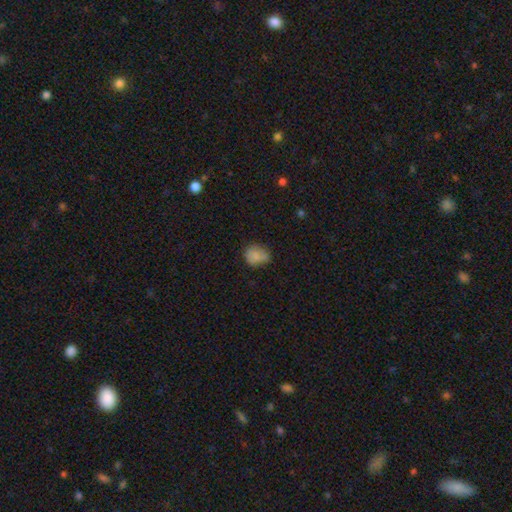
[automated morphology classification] smooth 81%, star or artifact 11%, featured or disk 9%. Down the decision tree: how rounded — round (55%); merging — none (56%).